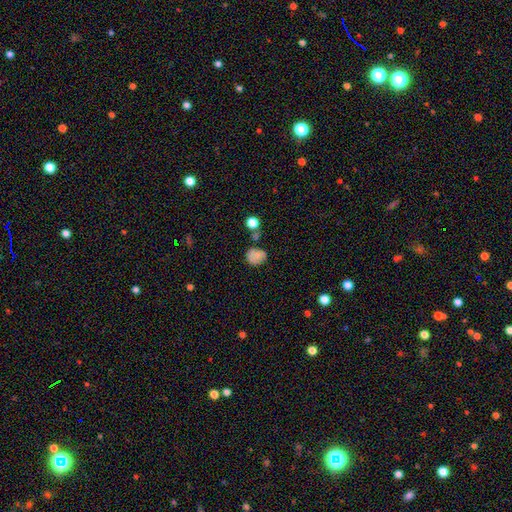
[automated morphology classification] Overall: smooth (75%). How rounded: round (68%; in between 31%). Merging: none (55%; minor disturbance 26%).